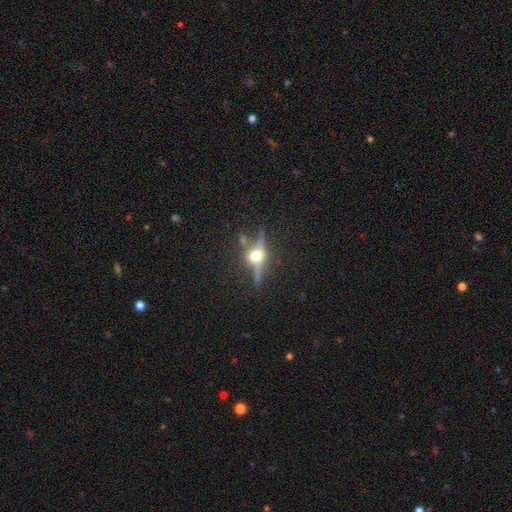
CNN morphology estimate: Smooth or featured?
  - featured or disk: 71% *
  - smooth: 15%
  - star or artifact: 14%
Edge-on disk?
  - yes: 90% *
  - no: 10%
Edge-on bulge?
  - rounded: 96% *
  - boxy: 2%
  - none: 1%
Merging?
  - none: 79% *
  - minor disturbance: 12%
  - major disturbance: 5%
  - merger: 4%